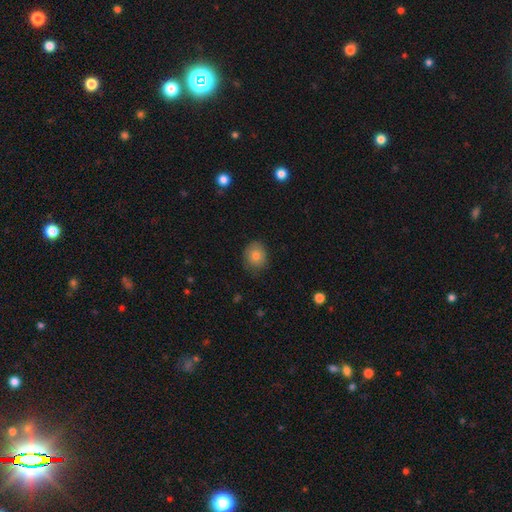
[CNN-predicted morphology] A smooth galaxy with no disk features (80%) that is round (71%).

Vote fractions:
- Smooth or featured? smooth: 80% / featured or disk: 11% / star or artifact: 9%
- How rounded? round: 71% / in between: 28% / cigar-shaped: 1%
- Merging? none: 77% / minor disturbance: 18% / major disturbance: 4% / merger: 1%